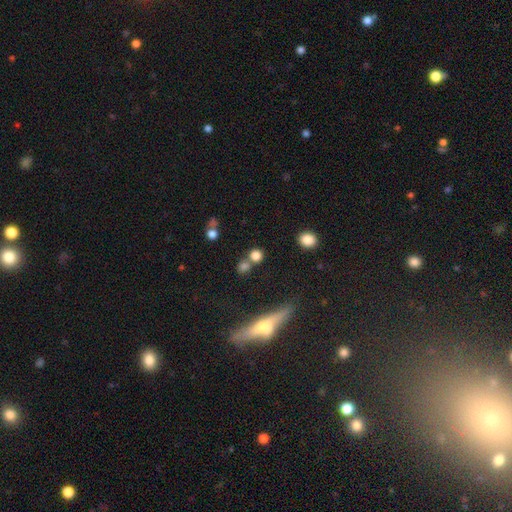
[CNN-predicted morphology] A smooth galaxy with no disk features (76%) that is round (85%).

Vote fractions:
- Smooth or featured? smooth: 76% / star or artifact: 15% / featured or disk: 9%
- How rounded? round: 85% / in between: 12% / cigar-shaped: 3%
- Merging? none: 60% / merger: 28% / minor disturbance: 8% / major disturbance: 4%